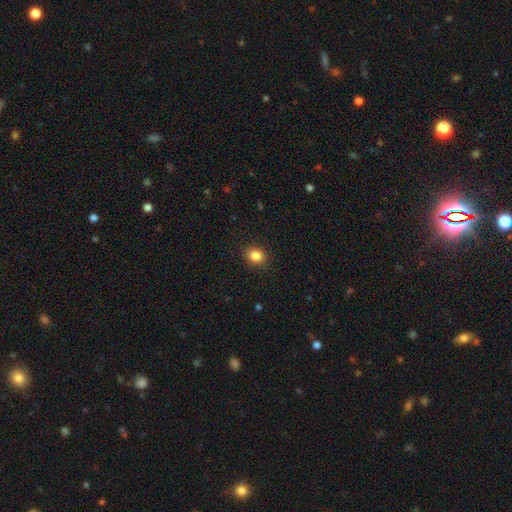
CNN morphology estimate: This is clearly a smooth galaxy (85%). How rounded: likely round (62%). Merging: clearly none (89%).